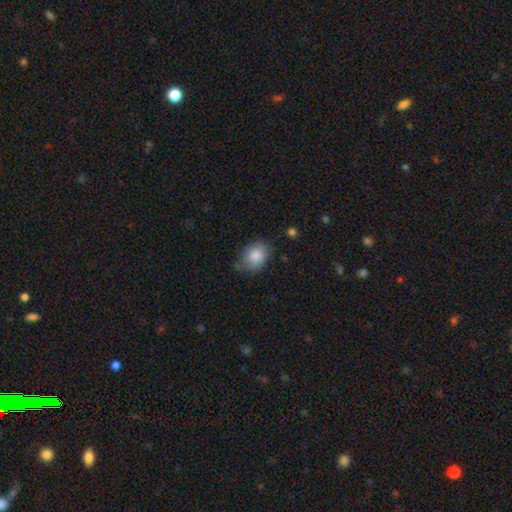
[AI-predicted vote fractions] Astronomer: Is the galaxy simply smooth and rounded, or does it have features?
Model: smooth — 84%.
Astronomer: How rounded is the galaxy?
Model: in between — 62% (runner-up: round, 37%).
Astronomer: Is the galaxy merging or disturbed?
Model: none — 70%.